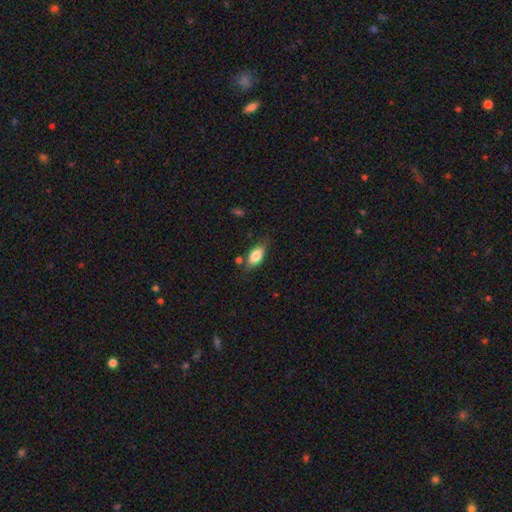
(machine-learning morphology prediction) A smooth galaxy with no disk features (81%) that is in between round and cigar-shaped (87%).

Vote fractions:
- Smooth or featured? smooth: 81% / featured or disk: 12% / star or artifact: 7%
- How rounded? in between: 87% / cigar-shaped: 8% / round: 4%
- Merging? none: 72% / minor disturbance: 19% / major disturbance: 4% / merger: 4%